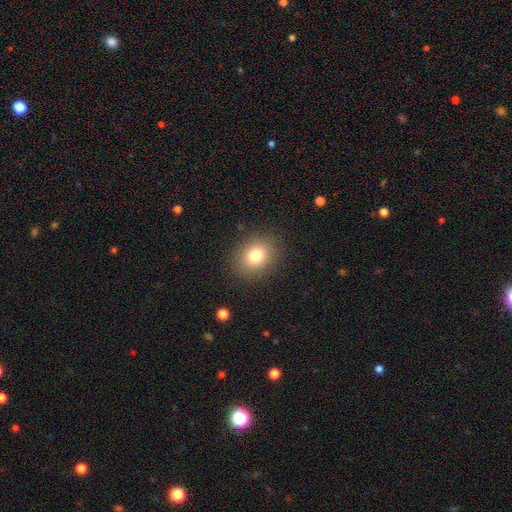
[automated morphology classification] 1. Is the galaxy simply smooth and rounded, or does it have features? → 79% smooth, 11% star or artifact, 9% featured or disk.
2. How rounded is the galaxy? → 59% round, 40% in between, 1% cigar-shaped.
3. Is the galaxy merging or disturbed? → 87% none, 8% minor disturbance, 3% major disturbance, 1% merger.